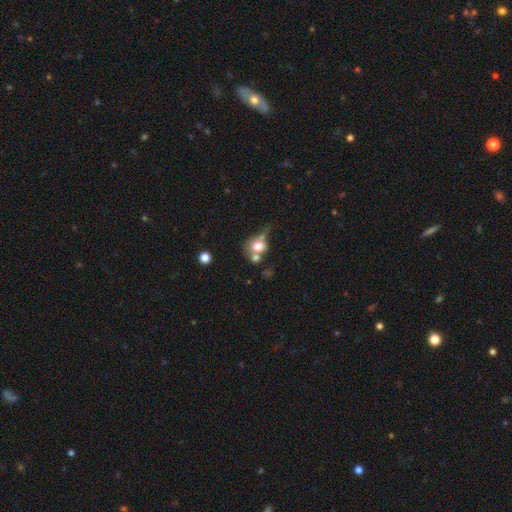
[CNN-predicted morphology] Smooth or featured: smooth — 65% (featured or disk — 22%)
How rounded: round — 67% (in between — 31%)
Merging: merger — 38% (none — 30%)